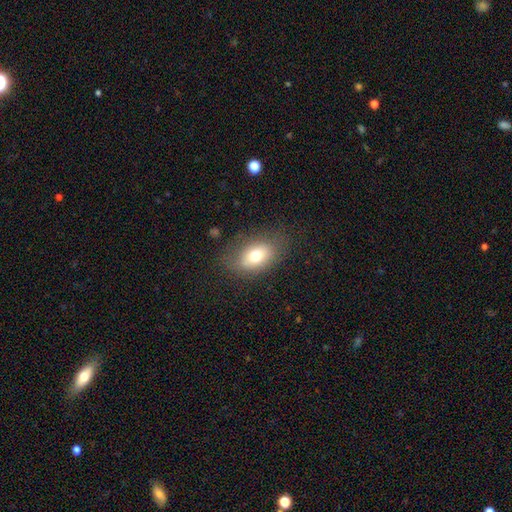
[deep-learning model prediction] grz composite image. It shows a smooth galaxy with no disk features (72%) that is in between round and cigar-shaped (84%). Merging: none (75%).